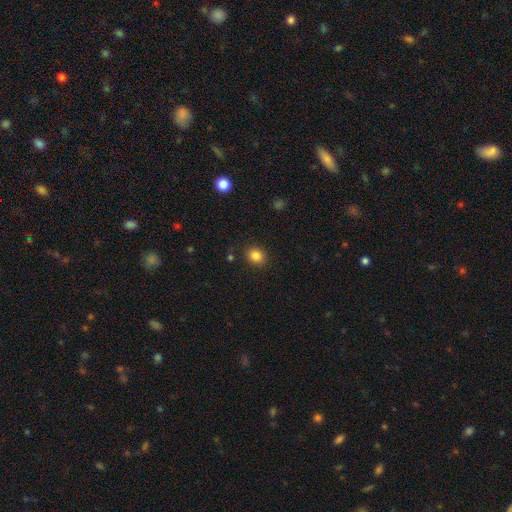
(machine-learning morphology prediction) Overall: smooth (84%). How rounded: round (69%; in between 30%). Merging: none (88%).